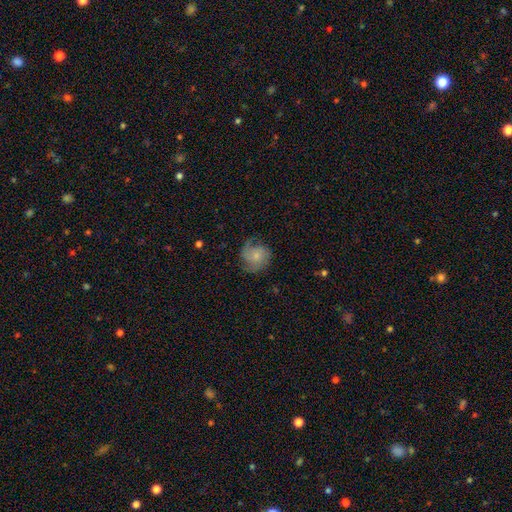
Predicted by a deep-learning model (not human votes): The model was most divided on "smooth or featured": featured or disk: 55%, smooth: 37%, star or artifact: 8%. More confident: edge-on disk — no (98%); spiral arms — yes (89%); bar — no (76%); merging — none (64%); bulge size — small (60%).